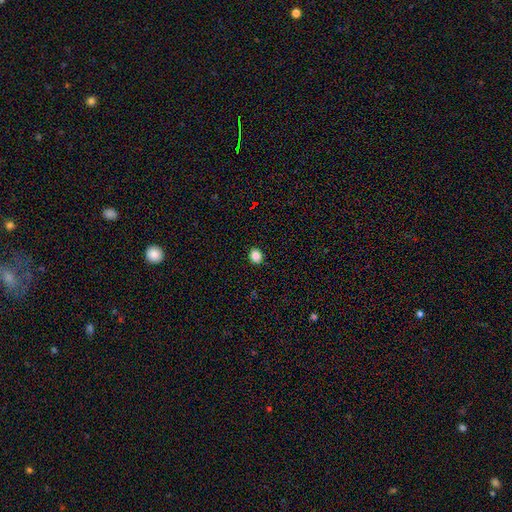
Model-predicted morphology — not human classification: Overall: smooth (86%). How rounded: round (71%). Merging: none (91%).